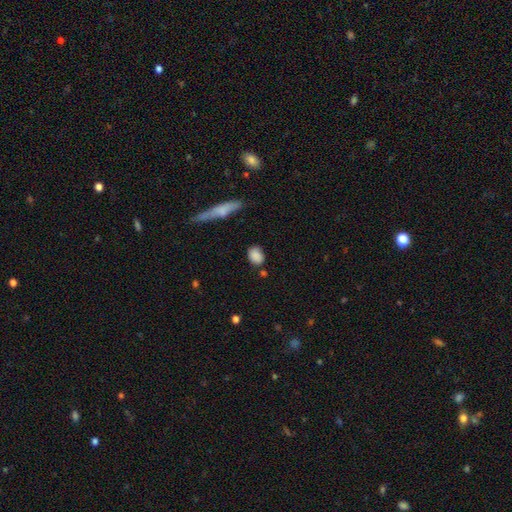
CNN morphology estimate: Smooth or featured?
  - smooth: 86% *
  - star or artifact: 8%
  - featured or disk: 6%
How rounded?
  - in between: 65% *
  - round: 32%
  - cigar-shaped: 3%
Merging?
  - none: 75% *
  - minor disturbance: 16%
  - merger: 5%
  - major disturbance: 4%